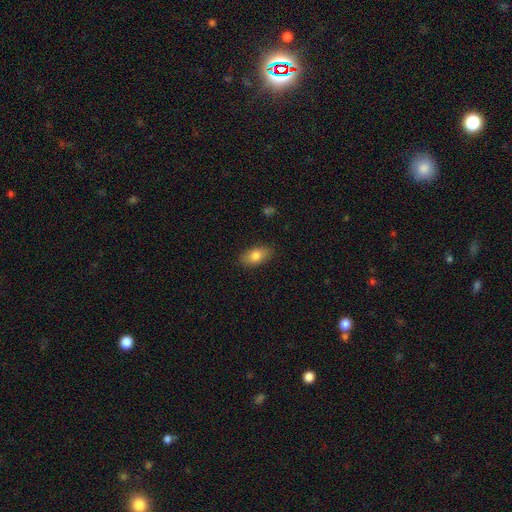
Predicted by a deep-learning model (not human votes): This appears to be a smooth galaxy with no disk features (80%) that is in between round and cigar-shaped (90%). Merging: none (86%).